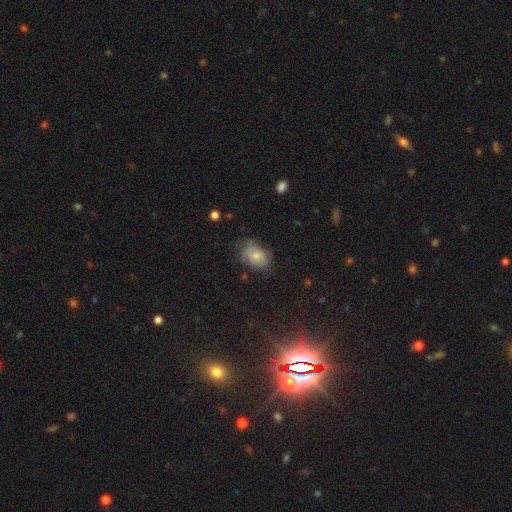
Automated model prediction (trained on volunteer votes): A smooth galaxy with no disk features (74%) that is in between round and cigar-shaped (79%). Merging: none (56%).